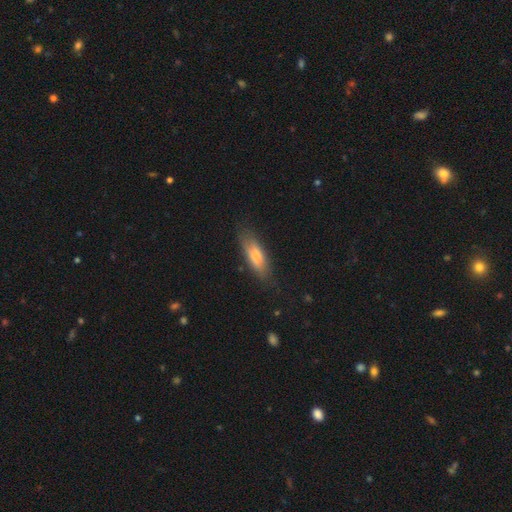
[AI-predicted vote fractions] smooth_or_featured: smooth (p=0.66) [alt: featured or disk p=0.28]
how_rounded: in between (p=0.55) [alt: cigar-shaped p=0.43]
merging: none (p=0.77) [alt: minor disturbance p=0.18]